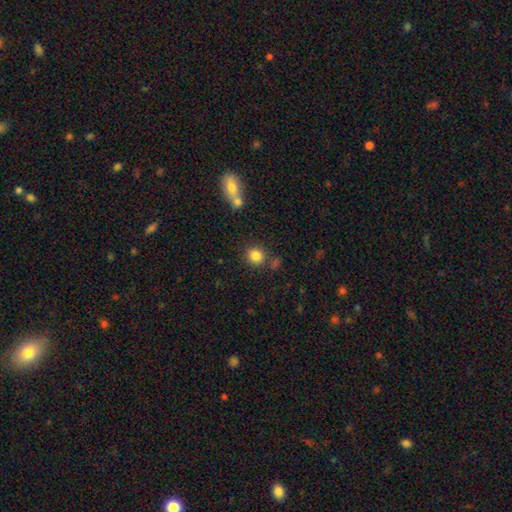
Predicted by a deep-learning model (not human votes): Smooth or featured? Predicted: smooth (p=0.84). How rounded? Predicted: round (p=0.85). Merging? Predicted: none (p=0.77).